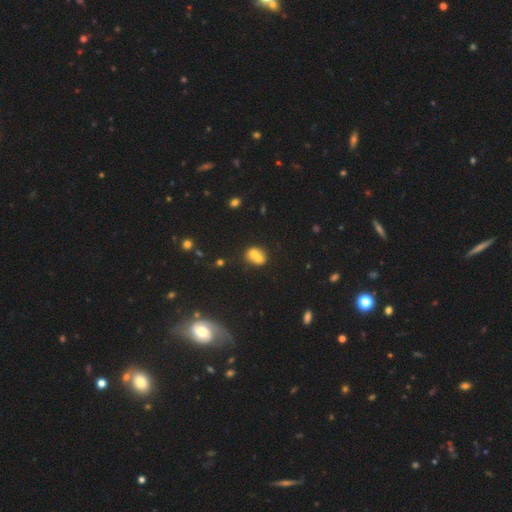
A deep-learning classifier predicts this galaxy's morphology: type=smooth (64%); roundness=round (59%); merging=merger (69%).